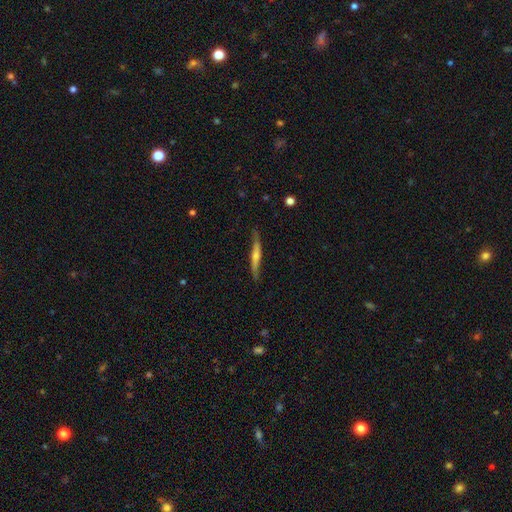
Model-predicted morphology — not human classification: Smooth or featured: featured or disk — 68% (smooth — 26%)
Edge-on disk: yes — 91% (no — 9%)
Edge-on bulge: rounded — 72% (none — 21%)
Merging: none — 80% (minor disturbance — 16%)